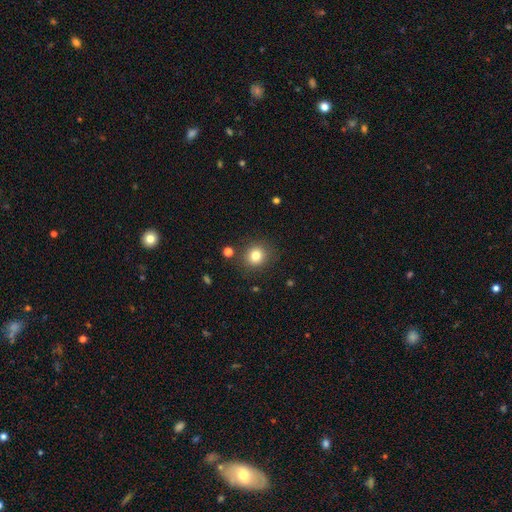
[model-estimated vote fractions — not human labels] smooth-or-featured: smooth: 80% | star or artifact: 13% | featured or disk: 7%
  how-rounded: round: 85% | in between: 15% | cigar-shaped: 1%
  merging: none: 86% | minor disturbance: 8% | major disturbance: 3% | merger: 3%